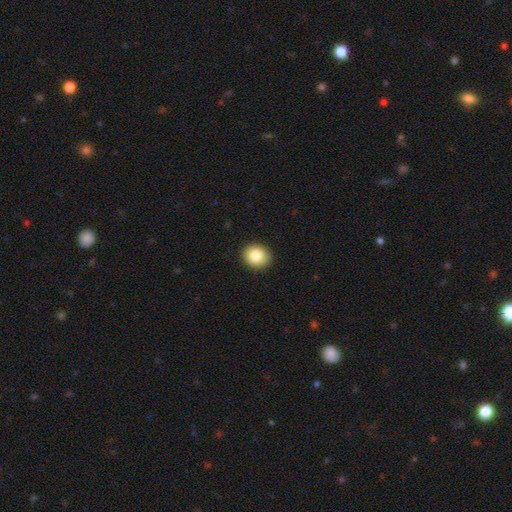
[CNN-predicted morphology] Overall: smooth (84%). How rounded: round (66%; in between 33%). Merging: none (91%).